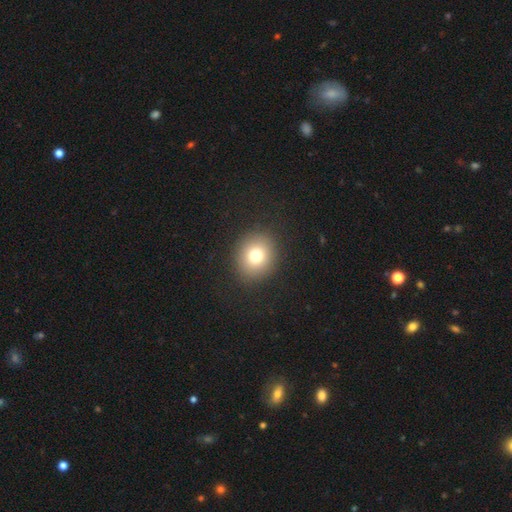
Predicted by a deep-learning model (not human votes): smooth 76%, star or artifact 13%, featured or disk 11%. Down the decision tree: how rounded — round (78%); merging — none (90%).